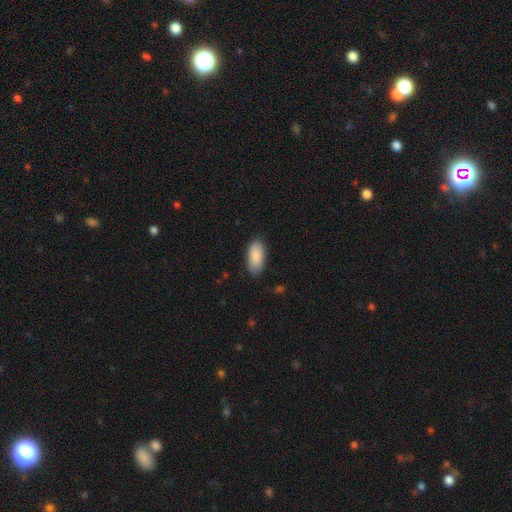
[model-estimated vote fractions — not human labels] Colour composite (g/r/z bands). It shows a smooth galaxy with no disk features (89%) that is in between round and cigar-shaped (91%). Merging: none (83%).